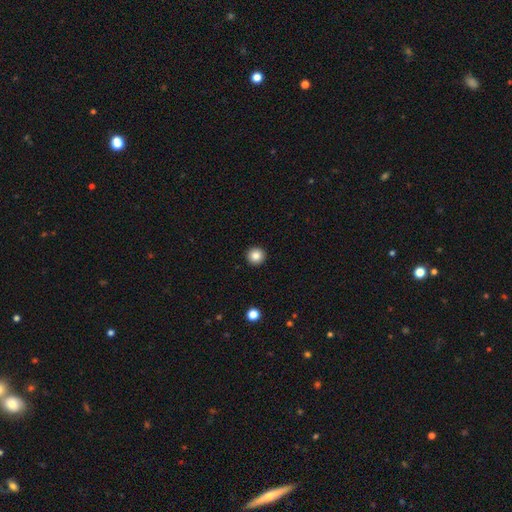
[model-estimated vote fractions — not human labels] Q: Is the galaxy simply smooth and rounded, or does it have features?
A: smooth — 84%.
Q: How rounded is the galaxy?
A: round — 96%.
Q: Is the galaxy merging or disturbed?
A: none — 94%.